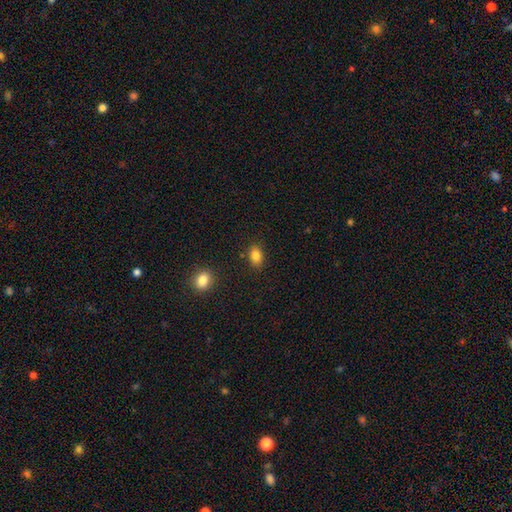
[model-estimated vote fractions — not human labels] A smooth galaxy with no disk features (85%) that is in between round and cigar-shaped (83%). Merging: none (86%).